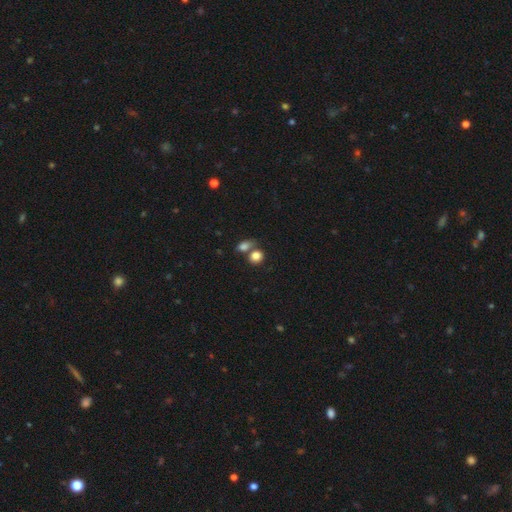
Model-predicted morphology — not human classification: Q: Smooth or featured?
A: smooth (82%); runner-up: star or artifact (10%)
Q: How rounded?
A: round (65%); runner-up: in between (33%)
Q: Merging?
A: none (48%); runner-up: merger (39%)